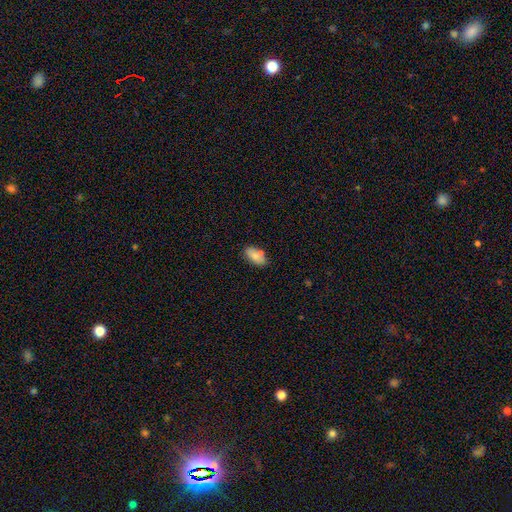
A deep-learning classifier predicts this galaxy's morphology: This is likely a smooth galaxy (74%). How rounded: clearly in between (90%). Merging: likely none (68%).